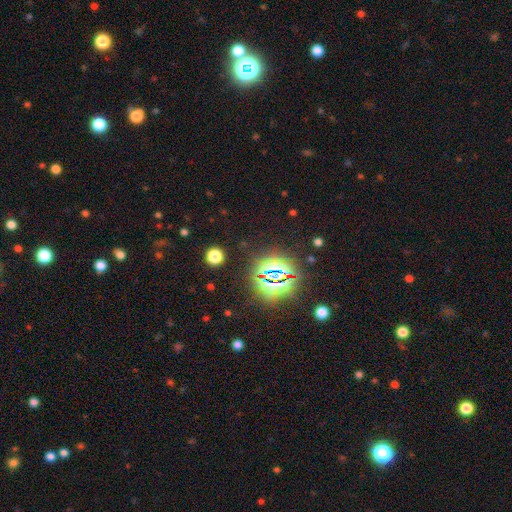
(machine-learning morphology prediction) A star or artifact, not a galaxy (82%).

Vote fractions:
- Smooth or featured? star or artifact: 82% / smooth: 12% / featured or disk: 7%